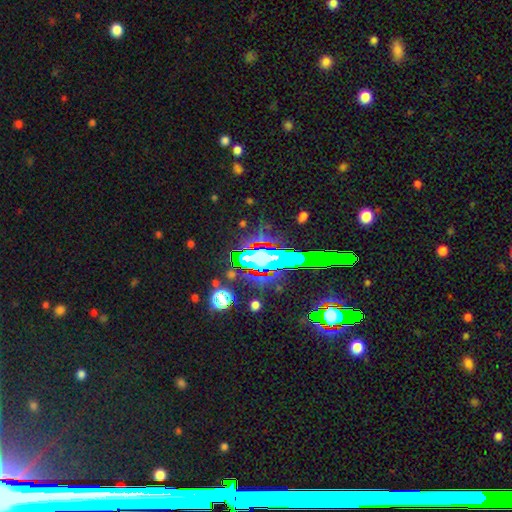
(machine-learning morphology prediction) Smooth or featured? star or artifact (56%)